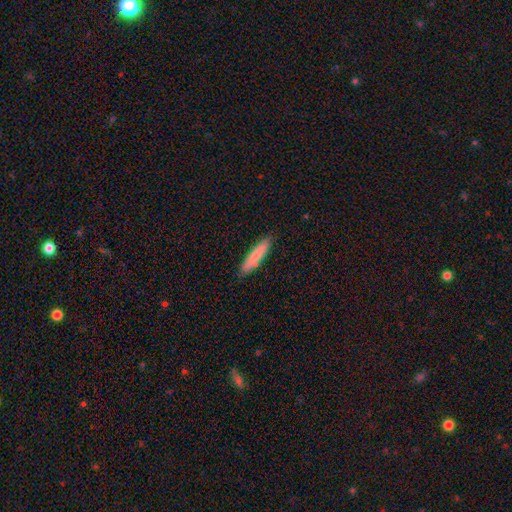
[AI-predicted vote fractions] smooth-or-featured: smooth: 79% | featured or disk: 16% | star or artifact: 6%
  how-rounded: cigar-shaped: 85% | in between: 13% | round: 1%
  merging: none: 87% | minor disturbance: 10% | major disturbance: 2% | merger: 1%